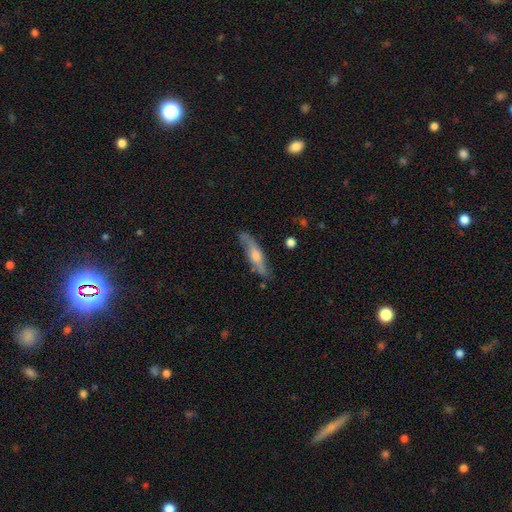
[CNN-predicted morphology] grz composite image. It shows a featured or disk galaxy (53%) viewed edge-on (67%). Merging: none (79%).